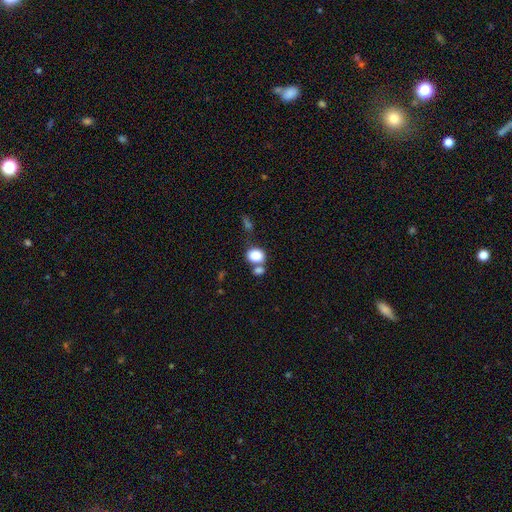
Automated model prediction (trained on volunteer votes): The model was most divided on "how rounded": in between: 55%, round: 44%, cigar-shaped: 1%. Remaining: smooth or featured — smooth (84%); merging — none (49%).